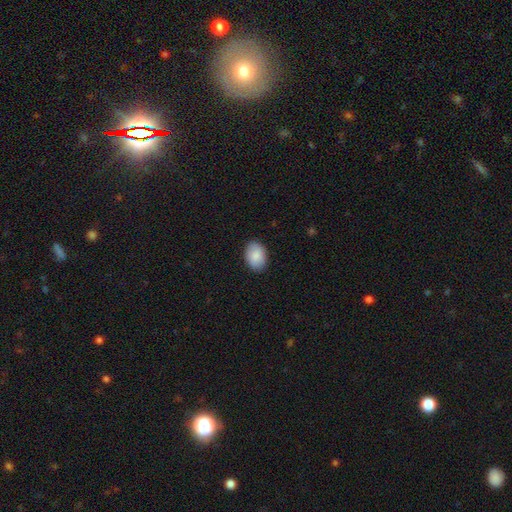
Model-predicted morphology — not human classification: This appears to be a smooth galaxy with no disk features (87%) that is in between round and cigar-shaped (84%). Merging: none (88%).